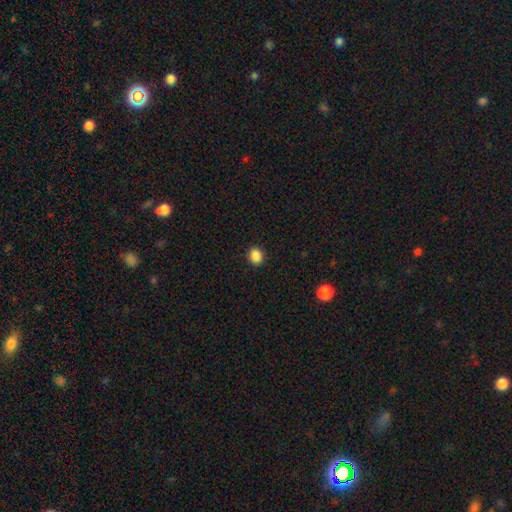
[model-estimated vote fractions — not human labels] Smooth or featured: smooth — 88% (star or artifact — 10%)
How rounded: round — 66% (in between — 33%)
Merging: none — 91% (minor disturbance — 6%)